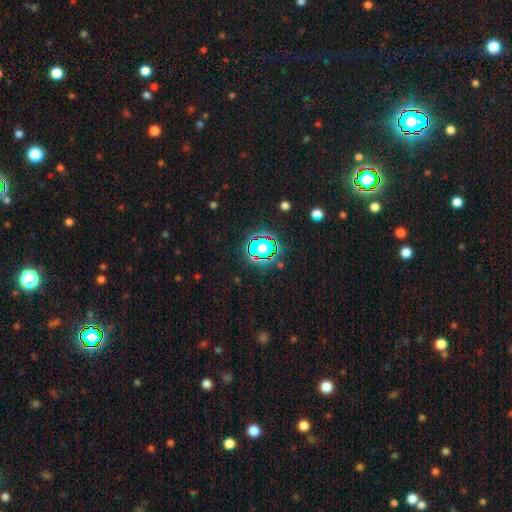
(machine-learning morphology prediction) Smooth or featured: star or artifact — 66% (smooth — 24%)